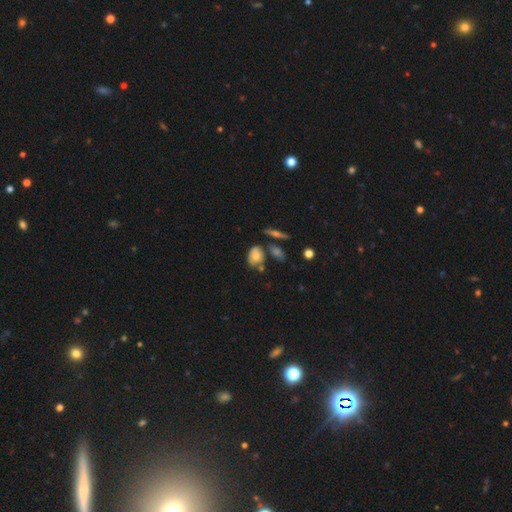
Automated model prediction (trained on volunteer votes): smooth_or_featured: smooth (p=0.60) [alt: featured or disk p=0.32]
how_rounded: in between (p=0.74) [alt: round p=0.23]
merging: none (p=0.55) [alt: minor disturbance p=0.22]